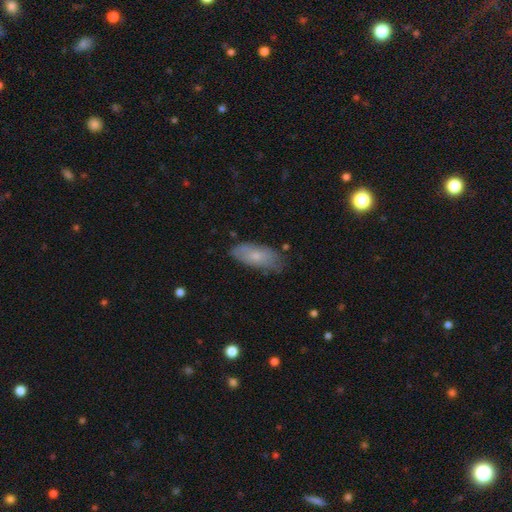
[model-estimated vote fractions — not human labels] smooth_or_featured: smooth (p=0.67) [alt: featured or disk p=0.26]
how_rounded: in between (p=0.82) [alt: cigar-shaped p=0.15]
merging: none (p=0.71) [alt: minor disturbance p=0.23]